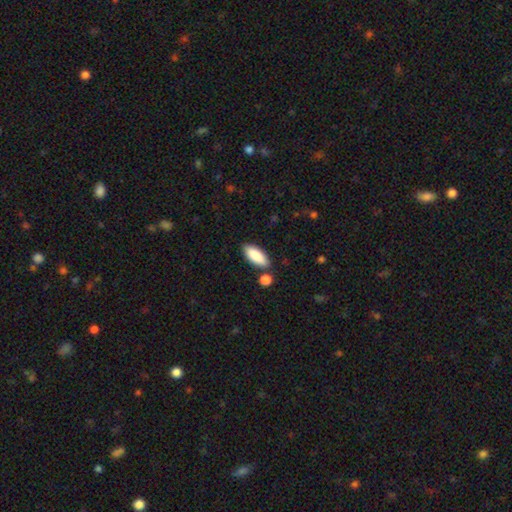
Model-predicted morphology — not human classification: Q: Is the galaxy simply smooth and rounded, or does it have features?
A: smooth — 88%.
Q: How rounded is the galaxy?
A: in between — 80%.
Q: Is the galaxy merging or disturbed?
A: none — 79%.